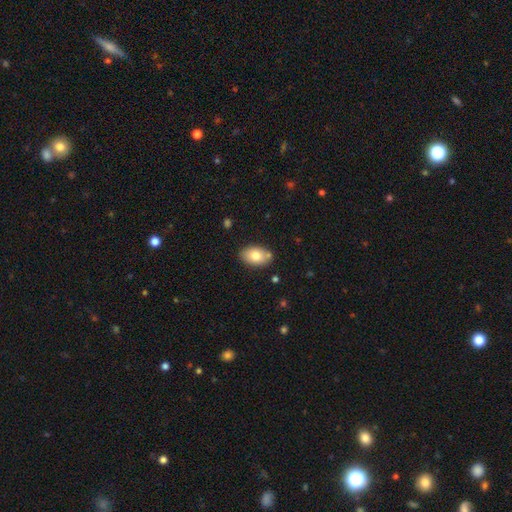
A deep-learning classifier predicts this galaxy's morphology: A smooth galaxy with no disk features (77%) that is in between round and cigar-shaped (86%).

Vote fractions:
- Smooth or featured? smooth: 77% / featured or disk: 16% / star or artifact: 7%
- How rounded? in between: 86% / round: 12% / cigar-shaped: 1%
- Merging? none: 78% / minor disturbance: 13% / merger: 6% / major disturbance: 3%